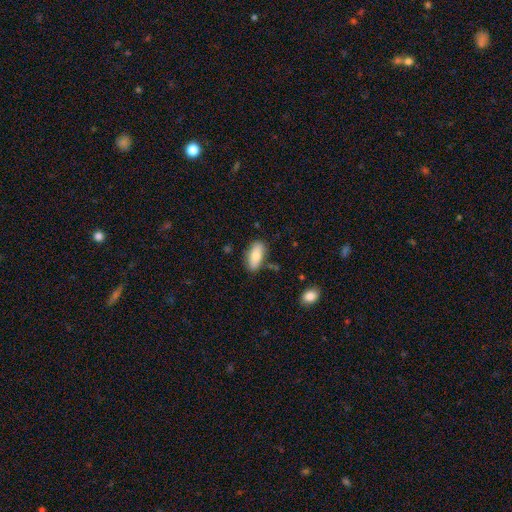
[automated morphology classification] smooth 80%, featured or disk 14%, star or artifact 7%. Down the decision tree: how rounded — in between (87%); merging — none (81%).